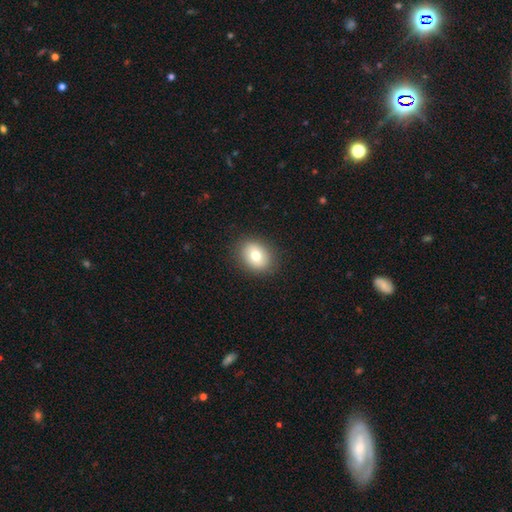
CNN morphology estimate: Smooth or featured? Predicted: smooth (p=0.77). How rounded? Predicted: in between (p=0.54). Merging? Predicted: none (p=0.88).